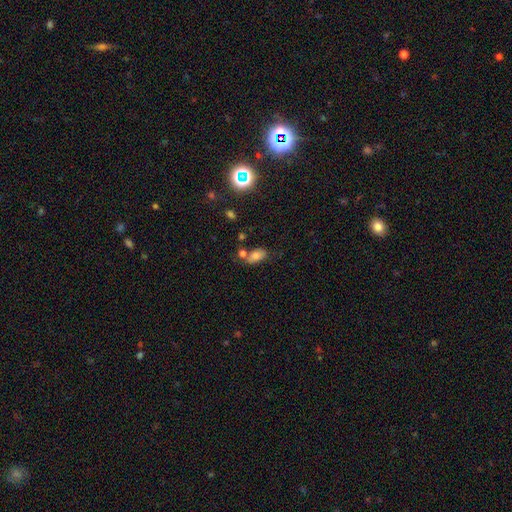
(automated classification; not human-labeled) smooth 72%, featured or disk 15%, star or artifact 13%. Down the decision tree: how rounded — in between (88%); merging — none (58%).